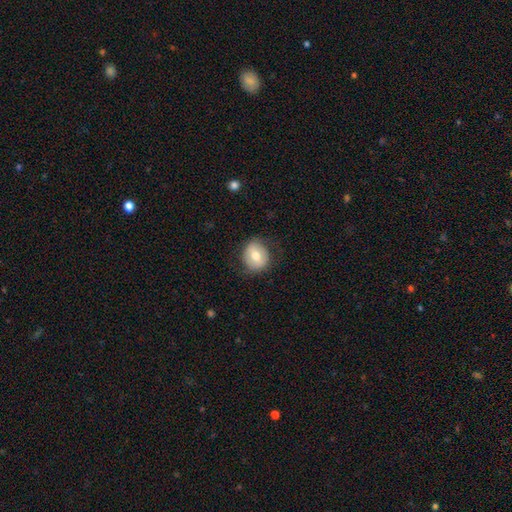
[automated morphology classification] Overall: smooth (67%). How rounded: round (75%). Merging: none (80%).